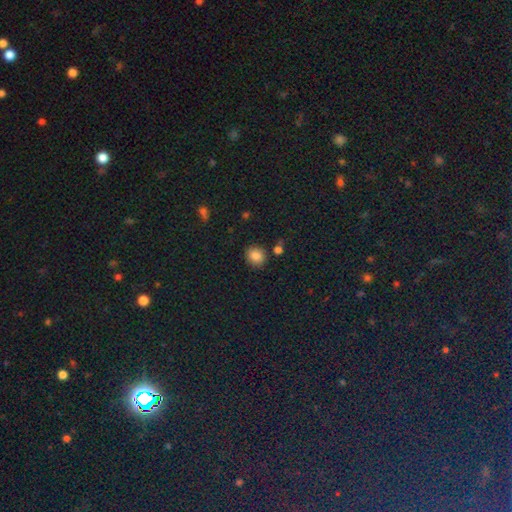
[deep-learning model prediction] Q: Smooth or featured?
A: smooth (85%); runner-up: star or artifact (11%)
Q: How rounded?
A: round (78%); runner-up: in between (21%)
Q: Merging?
A: none (84%); runner-up: minor disturbance (9%)